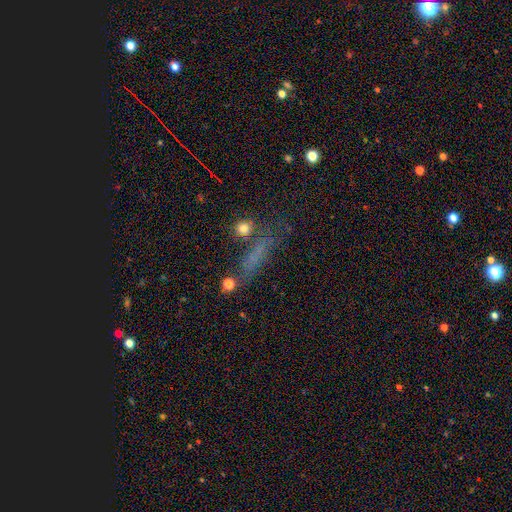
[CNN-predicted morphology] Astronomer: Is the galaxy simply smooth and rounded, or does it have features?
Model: smooth — 52% (runner-up: star or artifact, 27%).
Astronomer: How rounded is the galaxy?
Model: cigar-shaped — 62%.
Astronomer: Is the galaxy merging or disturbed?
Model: none — 60%.